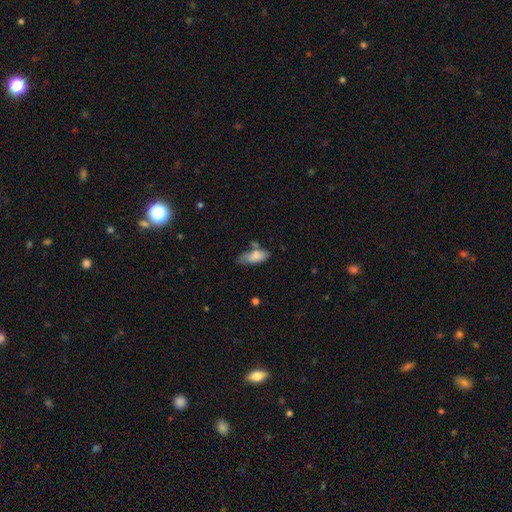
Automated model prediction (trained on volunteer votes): smooth-or-featured: smooth: 81% | featured or disk: 12% | star or artifact: 7%
  how-rounded: in between: 75% | cigar-shaped: 23% | round: 2%
  merging: none: 50% | minor disturbance: 27% | merger: 15% | major disturbance: 9%